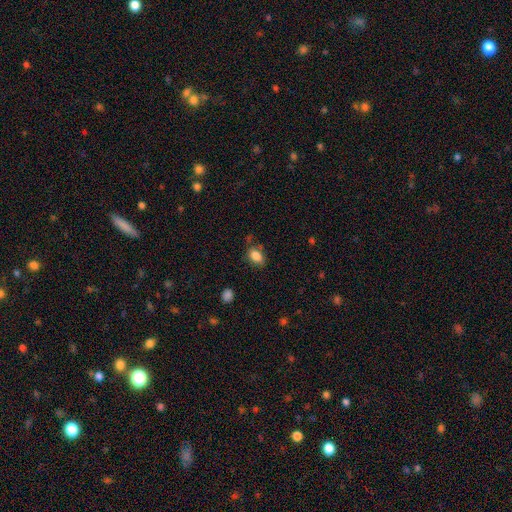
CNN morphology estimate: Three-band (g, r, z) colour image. It shows a smooth galaxy with no disk features (84%) that is in between round and cigar-shaped (84%). Merging: none (72%).